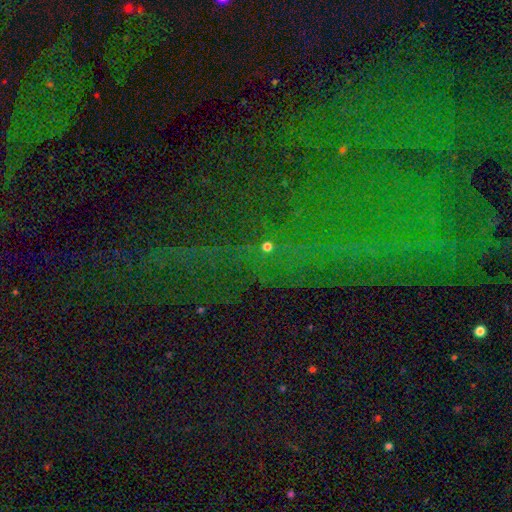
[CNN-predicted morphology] type=star or artifact (80%).